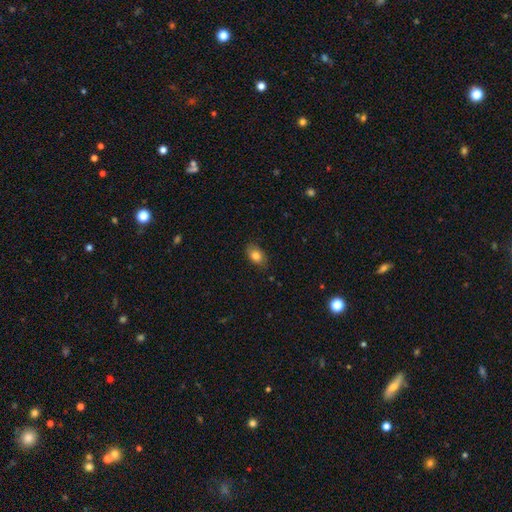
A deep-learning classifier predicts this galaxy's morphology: smooth-or-featured: smooth: 82% | featured or disk: 10% | star or artifact: 8%
  how-rounded: in between: 82% | round: 17% | cigar-shaped: 2%
  merging: none: 79% | minor disturbance: 17% | major disturbance: 3% | merger: 1%